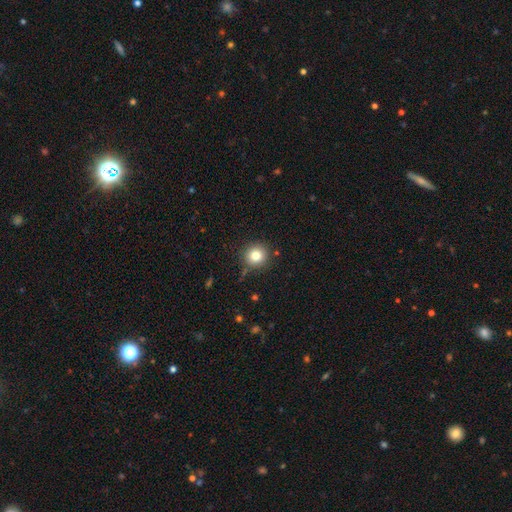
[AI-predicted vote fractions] This is clearly a smooth galaxy (81%). How rounded: clearly round (92%). Merging: clearly none (85%).